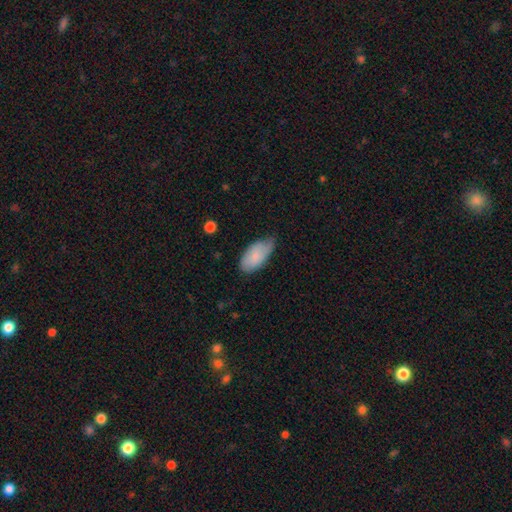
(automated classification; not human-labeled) A smooth galaxy with no disk features (80%) that is in between round and cigar-shaped (94%). Merging: none (51%).